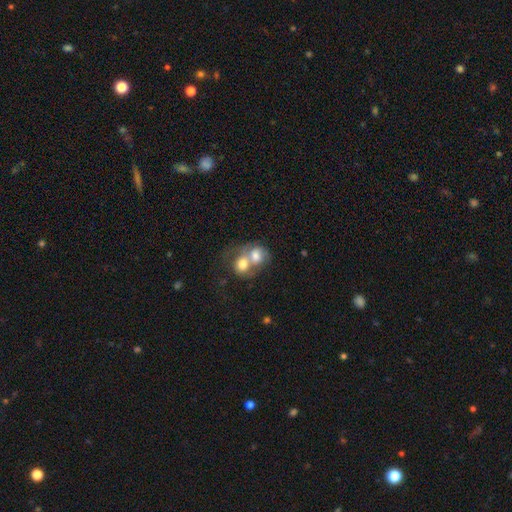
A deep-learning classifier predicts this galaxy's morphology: This appears to be a smooth galaxy with no disk features (65%) that is round (59%). Merging: merger (80%).